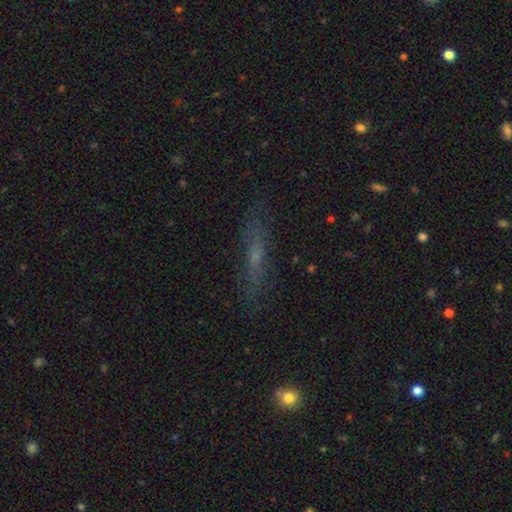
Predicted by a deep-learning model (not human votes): This appears to be a featured or disk galaxy (46%). Merging: none (80%).